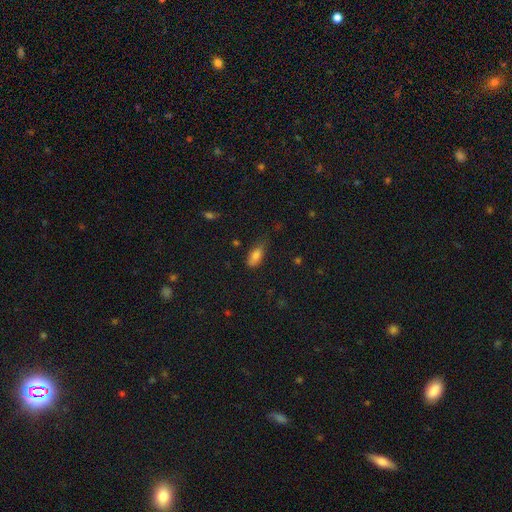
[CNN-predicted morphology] Overall: smooth (81%). How rounded: in between (84%). Merging: none (61%; minor disturbance 30%).